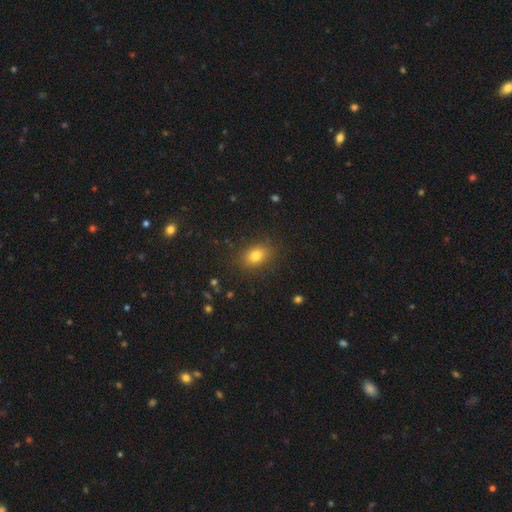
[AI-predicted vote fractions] A smooth galaxy with no disk features (80%) that is in between round and cigar-shaped (66%). Merging: none (86%).